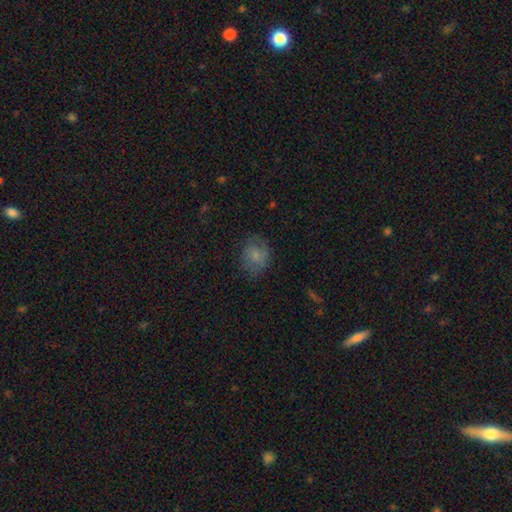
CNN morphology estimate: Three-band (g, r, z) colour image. It shows a smooth galaxy with no disk features (76%) that is round (61%). Merging: none (66%).